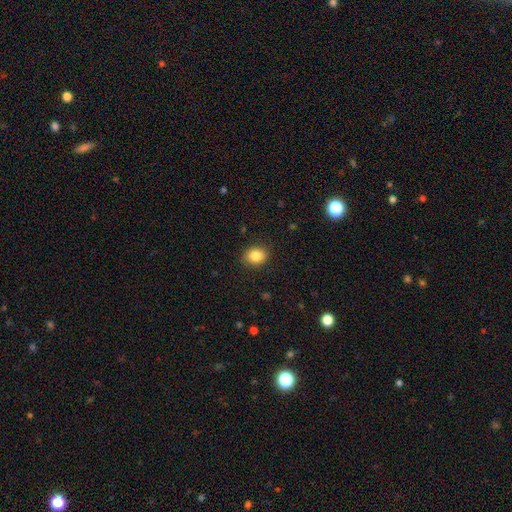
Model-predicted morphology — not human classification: smooth-or-featured: smooth: 85% | star or artifact: 9% | featured or disk: 6%
  how-rounded: in between: 53% | round: 46% | cigar-shaped: 1%
  merging: none: 88% | minor disturbance: 8% | major disturbance: 2% | merger: 1%